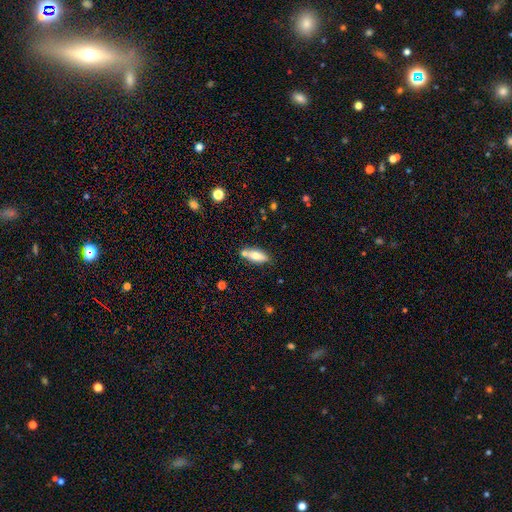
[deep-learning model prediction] Smooth or featured: smooth — 71% (featured or disk — 22%)
How rounded: in between — 72% (cigar-shaped — 26%)
Merging: none — 65% (merger — 17%)